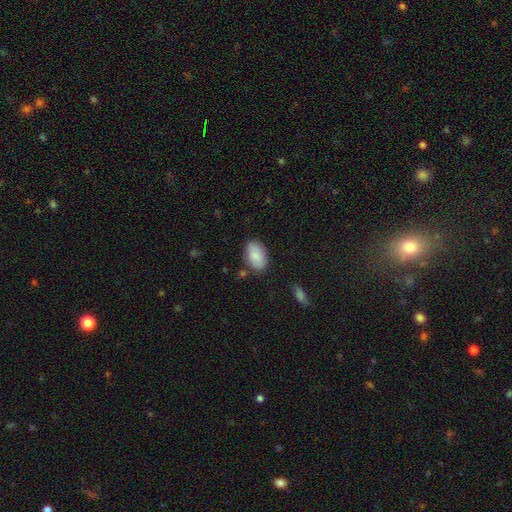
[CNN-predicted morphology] A smooth galaxy with no disk features (81%) that is in between round and cigar-shaped (92%). Merging: none (79%).